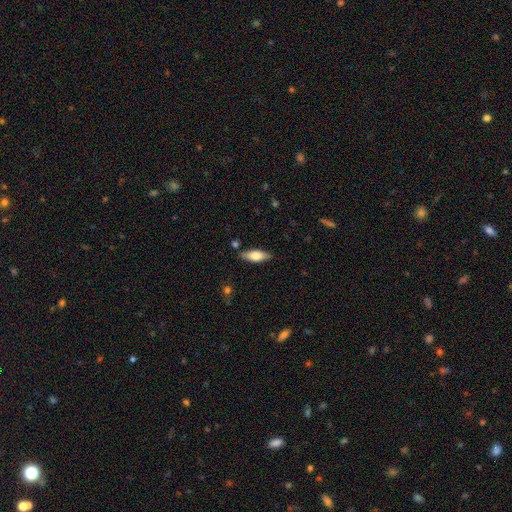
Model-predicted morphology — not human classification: A smooth galaxy with no disk features (66%) that is in between round and cigar-shaped (65%). Merging: none (83%).